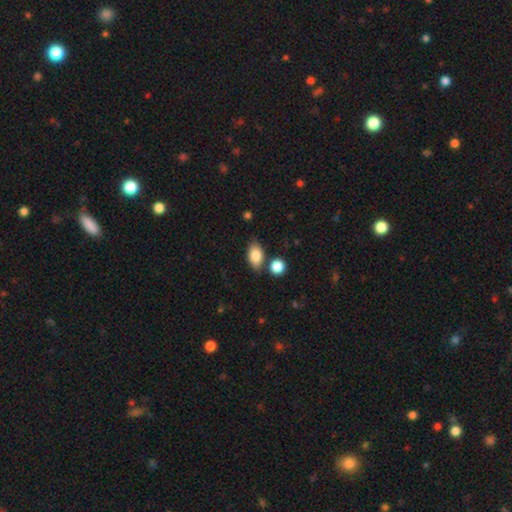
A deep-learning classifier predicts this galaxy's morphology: smooth_or_featured: smooth (p=0.84) [alt: featured or disk p=0.09]
how_rounded: in between (p=0.90) [alt: round p=0.07]
merging: none (p=0.76) [alt: minor disturbance p=0.12]